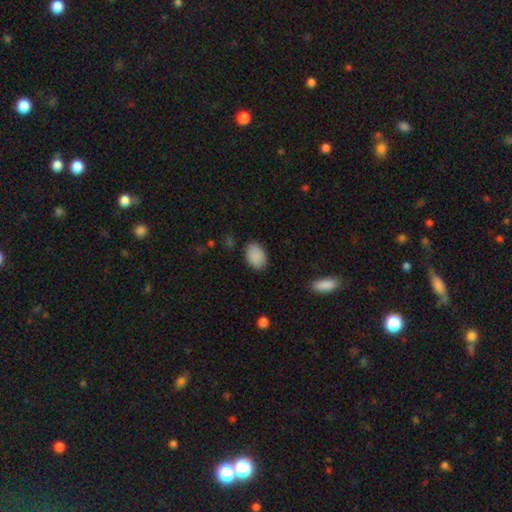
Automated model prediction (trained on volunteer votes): Morphology: type=smooth (90%); roundness=in between (86%); merging=none (84%).